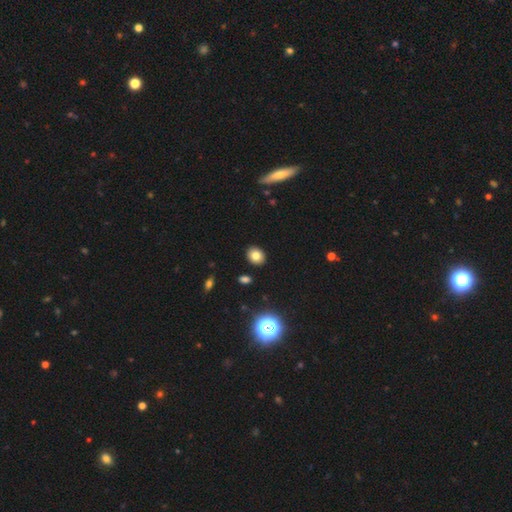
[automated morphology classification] Smooth or featured: smooth — 80% (star or artifact — 12%)
How rounded: round — 54% (in between — 45%)
Merging: none — 90% (minor disturbance — 6%)